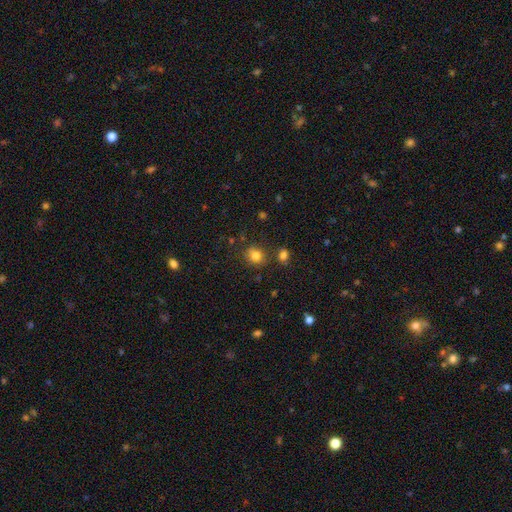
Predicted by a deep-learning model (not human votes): Q: Smooth or featured?
A: smooth (80%); runner-up: star or artifact (13%)
Q: How rounded?
A: round (72%); runner-up: in between (28%)
Q: Merging?
A: none (77%); runner-up: minor disturbance (11%)